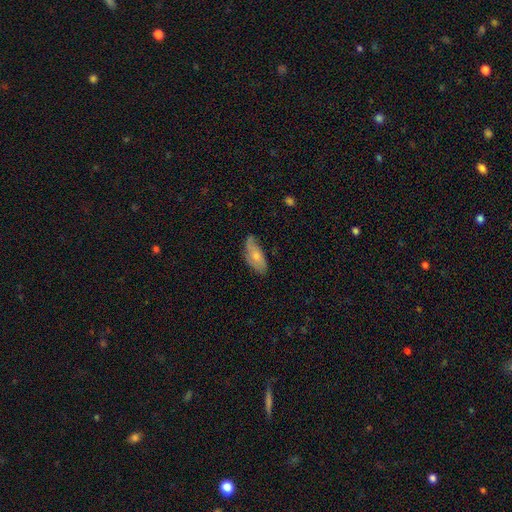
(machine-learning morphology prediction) Overall: smooth (61%; featured or disk 33%). How rounded: in between (85%). Merging: none (54%; minor disturbance 34%).